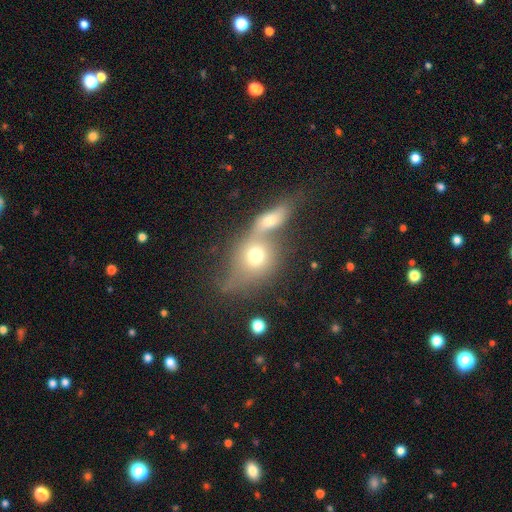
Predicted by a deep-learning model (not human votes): Overall: smooth (65%). How rounded: round (56%; in between 41%). Merging: merger (68%).